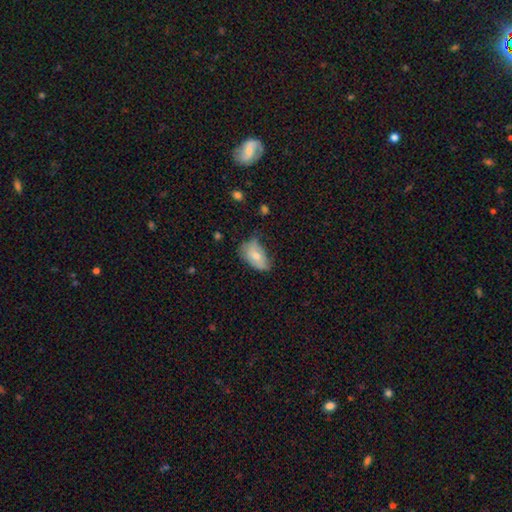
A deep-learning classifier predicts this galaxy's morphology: A smooth galaxy with no disk features (71%) that is in between round and cigar-shaped (91%).

Vote fractions:
- Smooth or featured? smooth: 71% / featured or disk: 21% / star or artifact: 8%
- How rounded? in between: 91% / round: 7% / cigar-shaped: 2%
- Merging? none: 41% / minor disturbance: 40% / major disturbance: 15% / merger: 3%